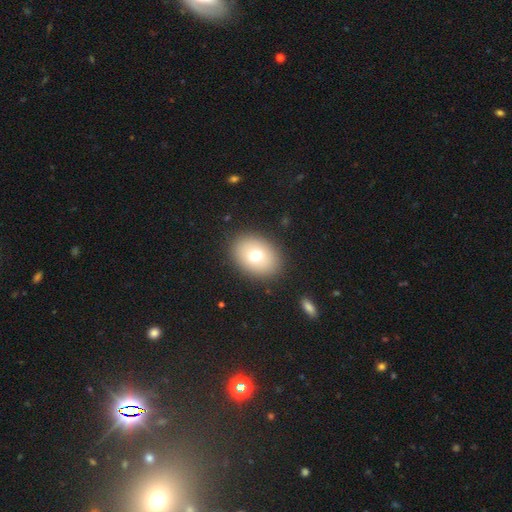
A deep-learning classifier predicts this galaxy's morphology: Smooth or featured: smooth — 72% (featured or disk — 17%)
How rounded: in between — 67% (round — 32%)
Merging: none — 88% (minor disturbance — 7%)